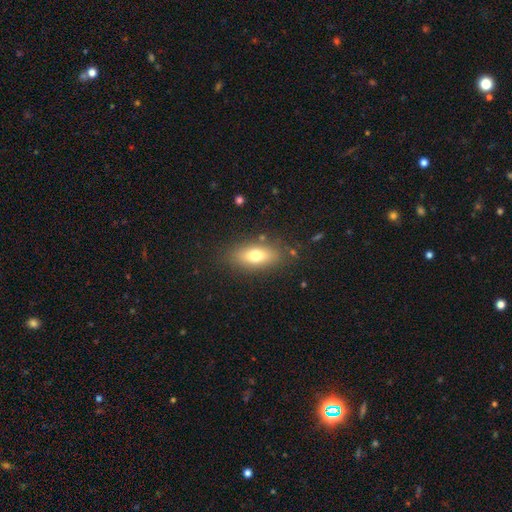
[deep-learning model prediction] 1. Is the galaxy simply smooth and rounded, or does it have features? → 70% smooth, 21% featured or disk, 9% star or artifact.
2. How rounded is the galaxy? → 80% in between, 12% cigar-shaped, 8% round.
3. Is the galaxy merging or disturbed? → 83% none, 11% minor disturbance, 4% major disturbance, 2% merger.